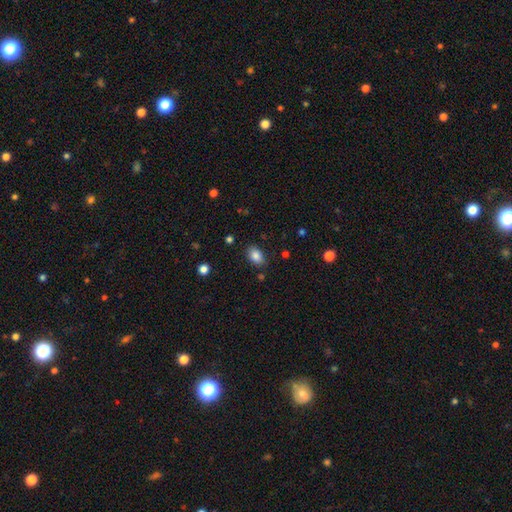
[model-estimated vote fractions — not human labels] smooth 84%, star or artifact 9%, featured or disk 6%. Down the decision tree: how rounded — in between (84%); merging — none (82%).